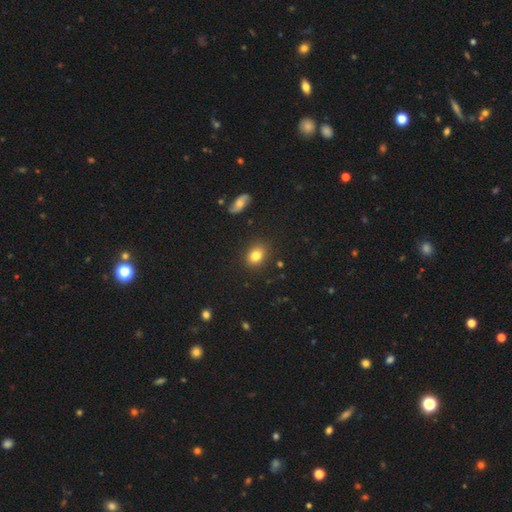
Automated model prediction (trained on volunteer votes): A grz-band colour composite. It shows a smooth galaxy with no disk features (82%) that is in between round and cigar-shaped (58%). Merging: none (85%).